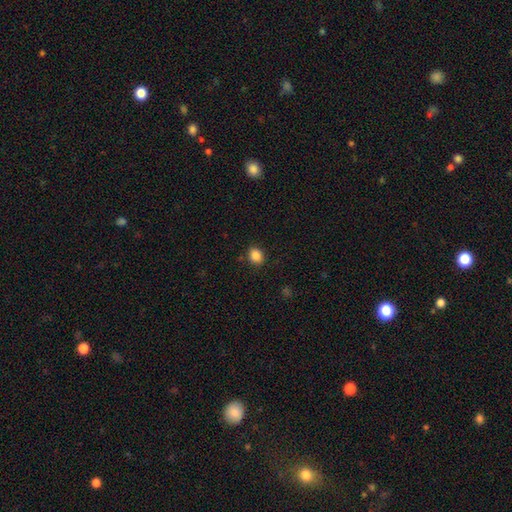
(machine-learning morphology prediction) A smooth galaxy with no disk features (86%) that is round (62%).

Vote fractions:
- Smooth or featured? smooth: 86% / star or artifact: 11% / featured or disk: 3%
- How rounded? round: 62% / in between: 37% / cigar-shaped: 1%
- Merging? none: 88% / minor disturbance: 9% / major disturbance: 2% / merger: 2%